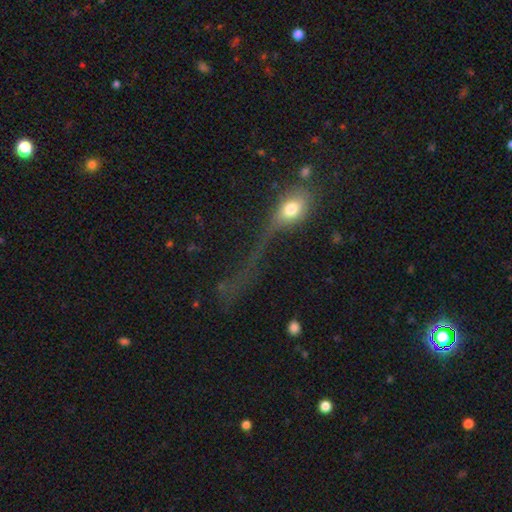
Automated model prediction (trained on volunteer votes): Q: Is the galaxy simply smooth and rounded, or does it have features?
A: smooth — 36%.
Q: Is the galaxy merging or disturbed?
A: major disturbance — 40%.